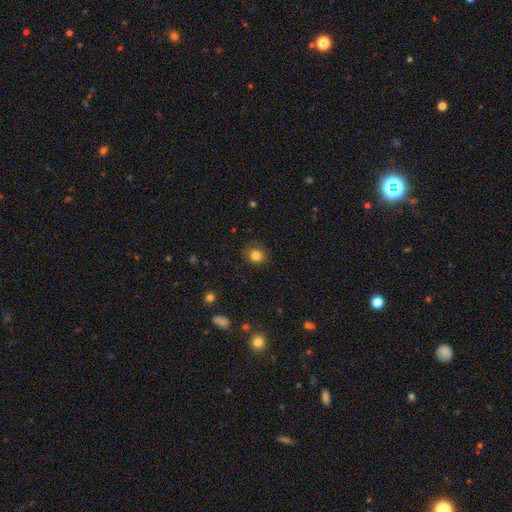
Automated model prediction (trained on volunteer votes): The model was most divided on "how rounded": round: 80%, in between: 19%, cigar-shaped: 1%. More confident: merging — none (84%); smooth or featured — smooth (83%).